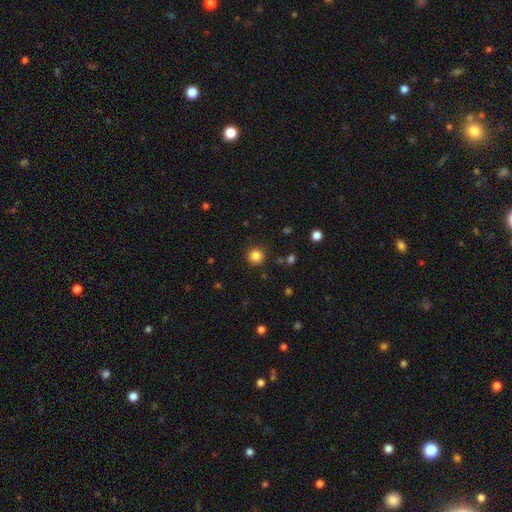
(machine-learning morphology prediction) A smooth galaxy with no disk features (83%) that is round (94%).

Vote fractions:
- Smooth or featured? smooth: 83% / star or artifact: 12% / featured or disk: 5%
- How rounded? round: 94% / in between: 5% / cigar-shaped: 1%
- Merging? none: 90% / minor disturbance: 6% / major disturbance: 2% / merger: 2%